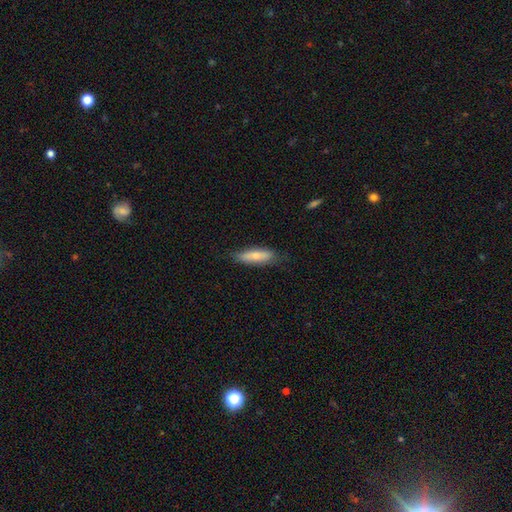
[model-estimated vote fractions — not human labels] Smooth or featured?
  - smooth: 68% *
  - featured or disk: 27%
  - star or artifact: 6%
How rounded?
  - cigar-shaped: 55% *
  - in between: 43%
  - round: 2%
Merging?
  - none: 78% *
  - minor disturbance: 18%
  - major disturbance: 3%
  - merger: 1%